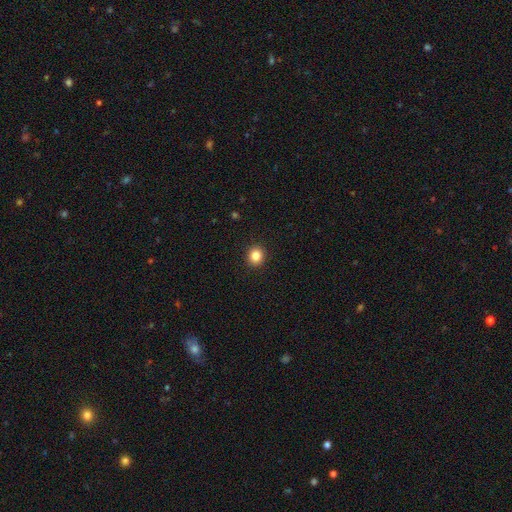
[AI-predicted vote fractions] smooth-or-featured: smooth: 84% | star or artifact: 11% | featured or disk: 5%
  how-rounded: round: 81% | in between: 18% | cigar-shaped: 1%
  merging: none: 92% | minor disturbance: 5% | major disturbance: 2% | merger: 1%